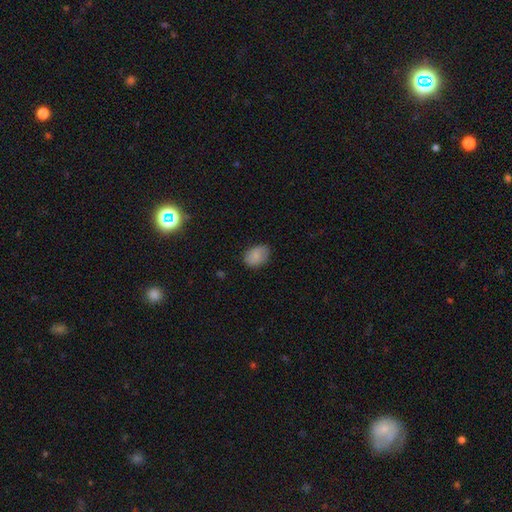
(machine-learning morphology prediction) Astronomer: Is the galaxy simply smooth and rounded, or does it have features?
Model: smooth — 81%.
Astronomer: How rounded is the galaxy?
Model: in between — 76%.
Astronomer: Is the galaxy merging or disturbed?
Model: none — 79%.